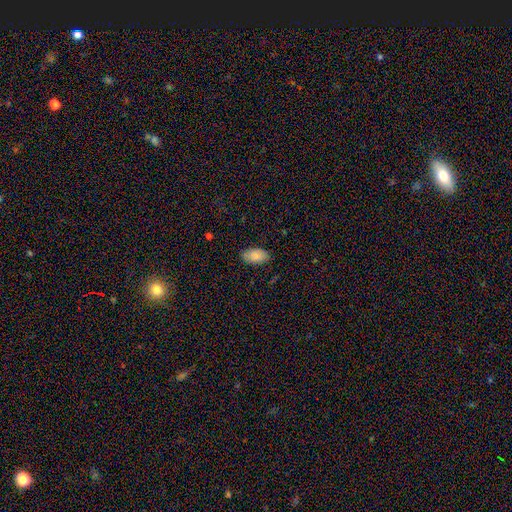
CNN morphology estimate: Smooth or featured: smooth — 86% (featured or disk — 7%)
How rounded: in between — 94% (round — 3%)
Merging: none — 85% (minor disturbance — 12%)